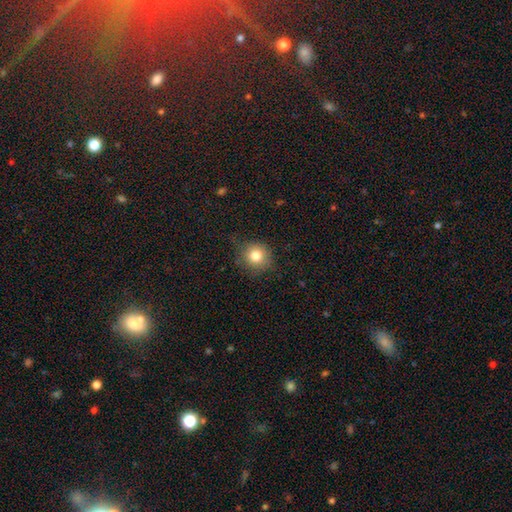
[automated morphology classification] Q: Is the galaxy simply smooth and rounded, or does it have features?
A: smooth — 79%.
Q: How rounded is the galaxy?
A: round — 91%.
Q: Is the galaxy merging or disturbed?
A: none — 78%.